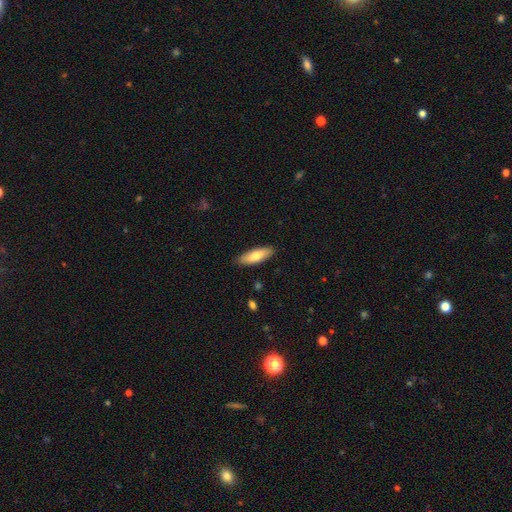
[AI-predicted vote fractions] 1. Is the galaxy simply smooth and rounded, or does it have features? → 74% smooth, 20% featured or disk, 6% star or artifact.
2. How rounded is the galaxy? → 59% in between, 39% cigar-shaped, 2% round.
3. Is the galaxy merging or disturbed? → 87% none, 10% minor disturbance, 2% major disturbance, 1% merger.